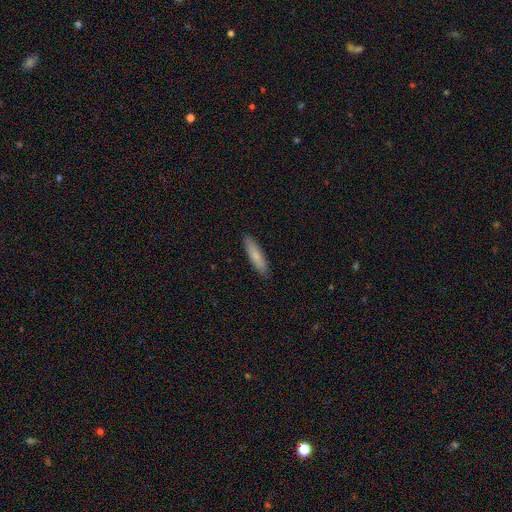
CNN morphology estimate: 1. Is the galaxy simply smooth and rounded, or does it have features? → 79% smooth, 15% featured or disk, 6% star or artifact.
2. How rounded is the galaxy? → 75% cigar-shaped, 24% in between, 1% round.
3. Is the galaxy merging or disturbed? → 89% none, 8% minor disturbance, 2% major disturbance, 1% merger.